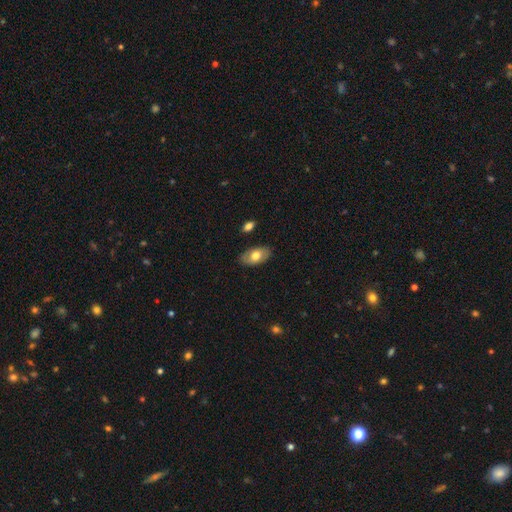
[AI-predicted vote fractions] Smooth or featured? Predicted: smooth (p=0.68). How rounded? Predicted: in between (p=0.94). Merging? Predicted: none (p=0.84).